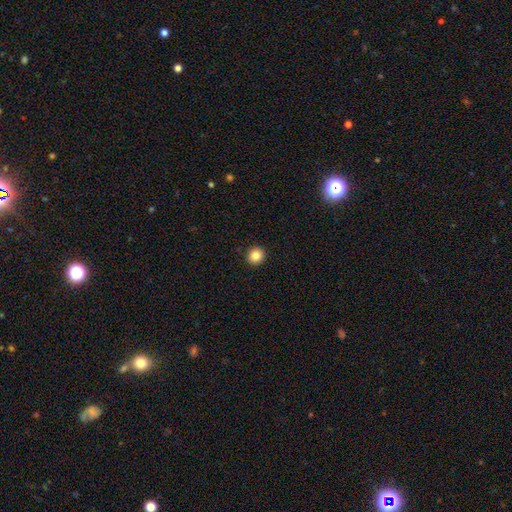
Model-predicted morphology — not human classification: A smooth galaxy with no disk features (84%) that is round (92%).

Vote fractions:
- Smooth or featured? smooth: 84% / star or artifact: 10% / featured or disk: 5%
- How rounded? round: 92% / in between: 7% / cigar-shaped: 1%
- Merging? none: 93% / minor disturbance: 4% / major disturbance: 1% / merger: 1%